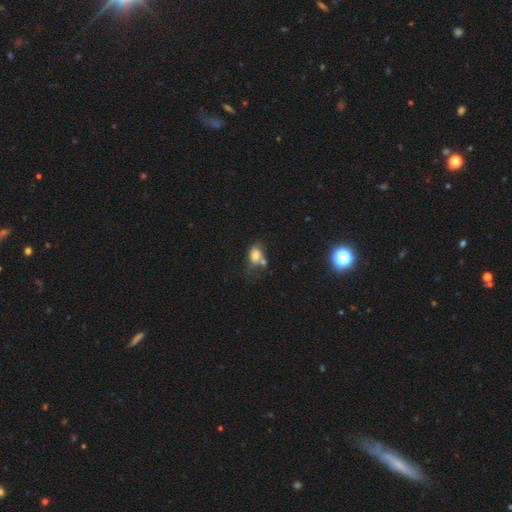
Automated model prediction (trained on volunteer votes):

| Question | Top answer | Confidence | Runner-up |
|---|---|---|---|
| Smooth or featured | smooth | 70% | featured or disk (18%) |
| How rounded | in between | 67% | round (32%) |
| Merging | none | 34% | merger (33%) |